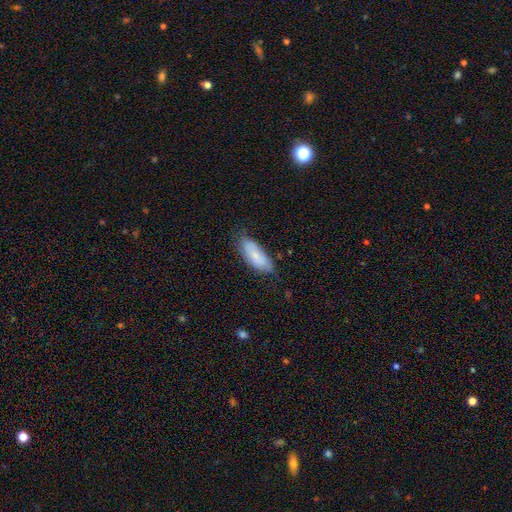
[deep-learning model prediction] smooth-or-featured: smooth: 72% | featured or disk: 21% | star or artifact: 7%
  how-rounded: in between: 77% | cigar-shaped: 21% | round: 2%
  merging: none: 68% | minor disturbance: 25% | major disturbance: 5% | merger: 2%